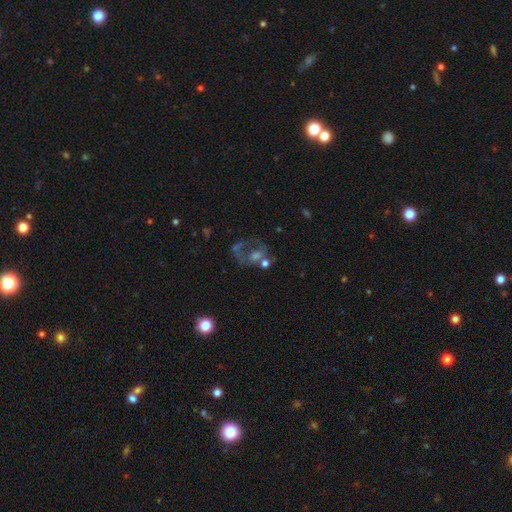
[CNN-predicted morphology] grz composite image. It shows a featured or disk galaxy (56%) with no bar (77%), no spiral arms (67%) and no central bulge (34%). Merging: none (39%).